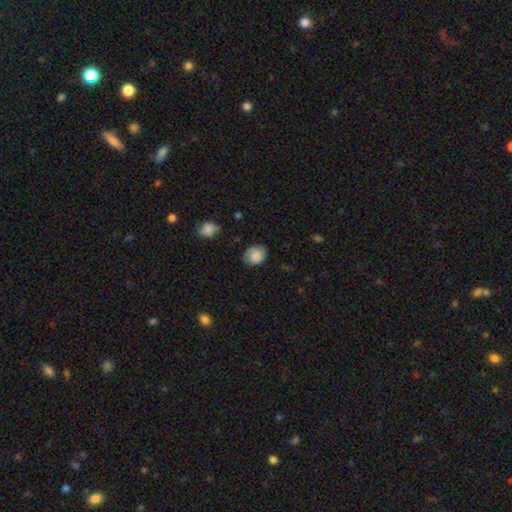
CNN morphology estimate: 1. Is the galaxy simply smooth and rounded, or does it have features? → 84% smooth, 8% featured or disk, 8% star or artifact.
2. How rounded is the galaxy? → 59% round, 40% in between, 1% cigar-shaped.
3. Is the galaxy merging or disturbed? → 73% none, 21% minor disturbance, 4% major disturbance, 1% merger.